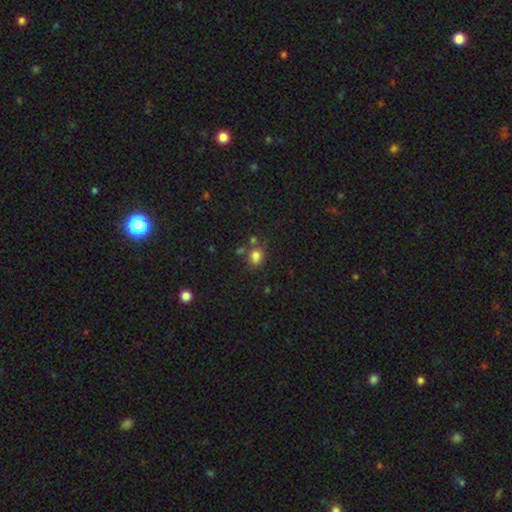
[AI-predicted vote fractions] Morphology: type=smooth (77%); roundness=round (57%); merging=none (58%).